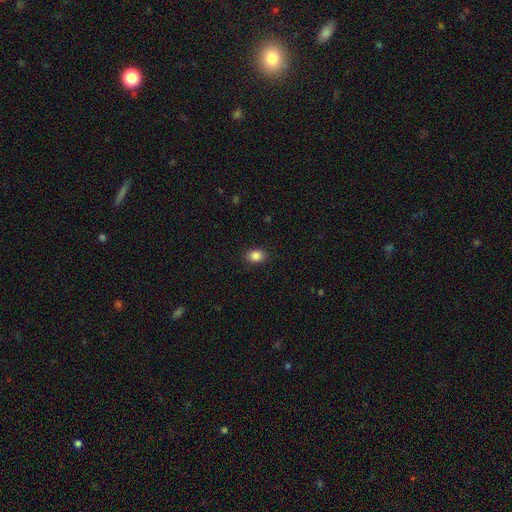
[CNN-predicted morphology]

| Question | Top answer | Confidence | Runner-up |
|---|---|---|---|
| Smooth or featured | smooth | 87% | star or artifact (9%) |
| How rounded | in between | 64% | round (35%) |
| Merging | none | 88% | minor disturbance (9%) |